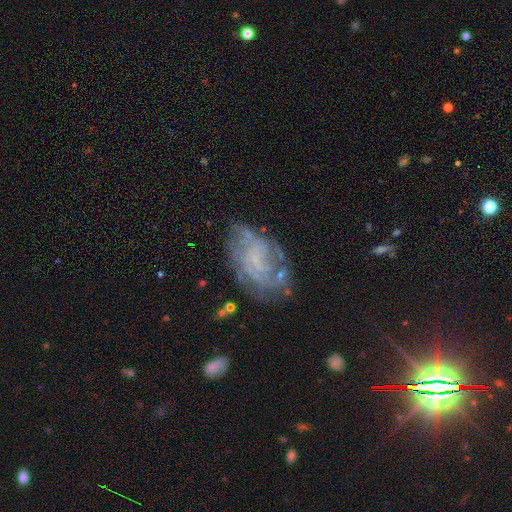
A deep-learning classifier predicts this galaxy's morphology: Overall: featured or disk (60%; smooth 22%). Edge-on disk: no (96%). Bar: no (70%). Spiral arms: yes (70%; no 30%). Bulge size: none (56%; small 28%). Merging: none (63%).